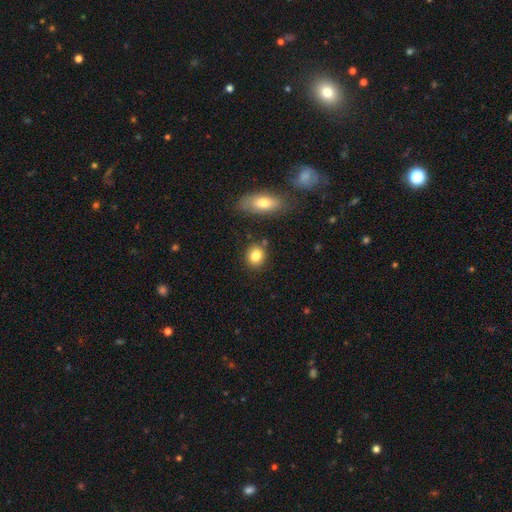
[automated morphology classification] Q: Smooth or featured?
A: smooth (84%); runner-up: star or artifact (9%)
Q: How rounded?
A: round (66%); runner-up: in between (33%)
Q: Merging?
A: none (80%); runner-up: minor disturbance (11%)